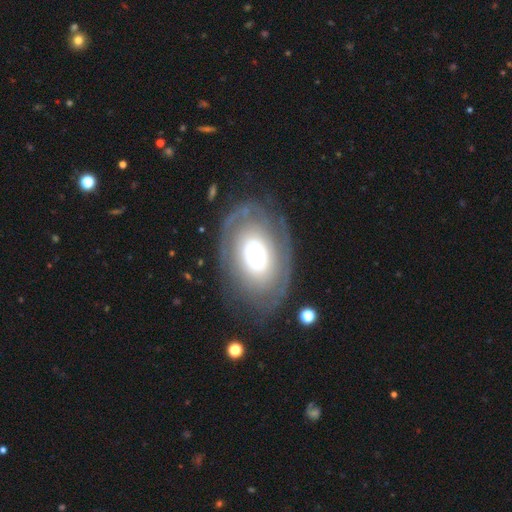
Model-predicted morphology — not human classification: This is likely a featured or disk galaxy (64%). It is clearly not viewed edge-on (94%). Bar: clearly no (90%). Spiral arm pattern: likely no (62%). Central bulge: marginally moderate (44%). Merging: likely none (75%).